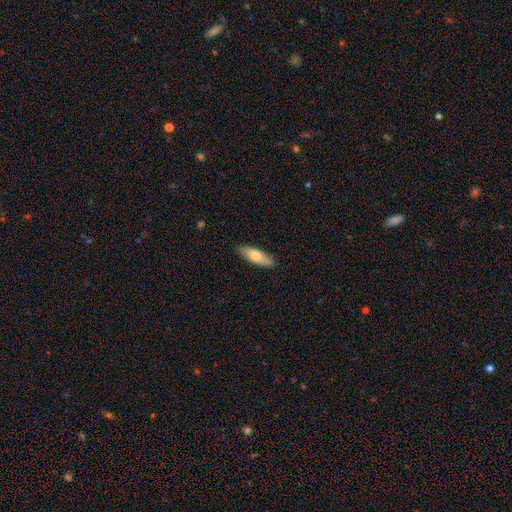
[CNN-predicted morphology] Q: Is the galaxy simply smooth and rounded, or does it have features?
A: smooth — 71%.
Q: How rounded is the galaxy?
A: in between — 53%.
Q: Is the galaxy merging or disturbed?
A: none — 87%.